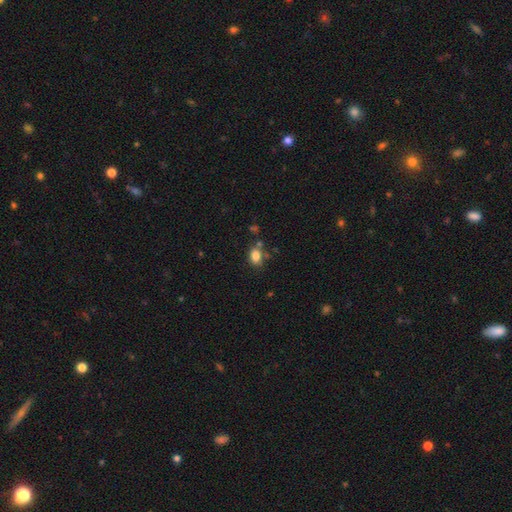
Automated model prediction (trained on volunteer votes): Smooth or featured?
  - smooth: 83% *
  - star or artifact: 11%
  - featured or disk: 6%
How rounded?
  - in between: 72% *
  - round: 27%
  - cigar-shaped: 1%
Merging?
  - none: 66% *
  - minor disturbance: 17%
  - merger: 11%
  - major disturbance: 5%